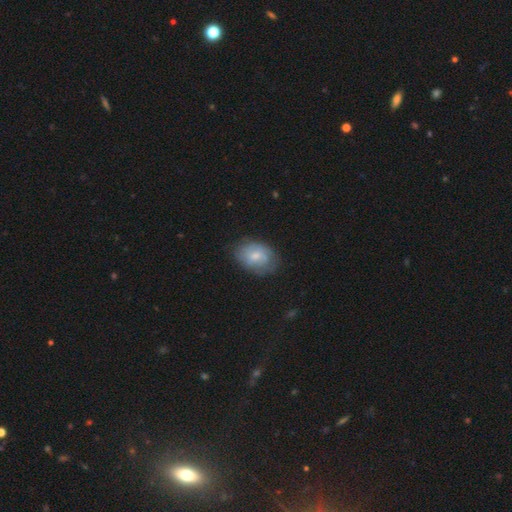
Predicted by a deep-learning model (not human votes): Smooth or featured?
  - smooth: 64% *
  - featured or disk: 29%
  - star or artifact: 7%
How rounded?
  - in between: 81% *
  - round: 17%
  - cigar-shaped: 1%
Merging?
  - none: 71% *
  - minor disturbance: 22%
  - major disturbance: 6%
  - merger: 1%